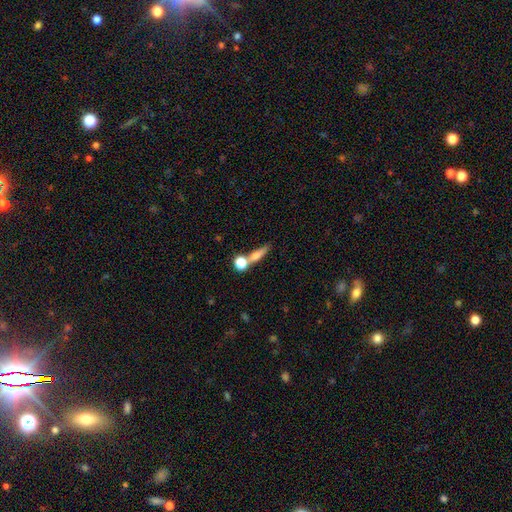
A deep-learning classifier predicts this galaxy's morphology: Smooth or featured?
  - smooth: 66% *
  - featured or disk: 22%
  - star or artifact: 12%
How rounded?
  - cigar-shaped: 52% *
  - in between: 26%
  - round: 22%
Merging?
  - none: 52% *
  - merger: 29%
  - minor disturbance: 12%
  - major disturbance: 7%